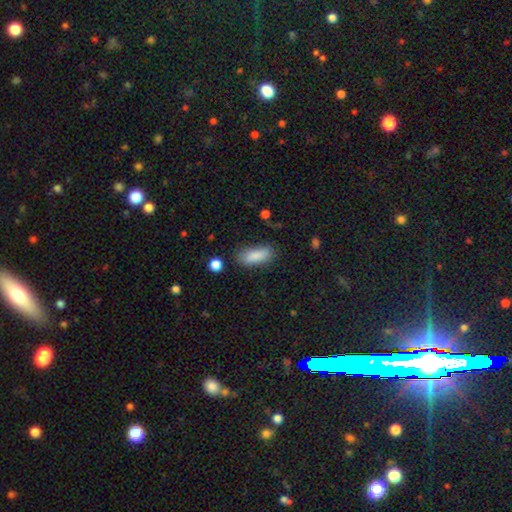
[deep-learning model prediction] Morphology: type=smooth (86%); roundness=in between (76%); merging=none (75%).